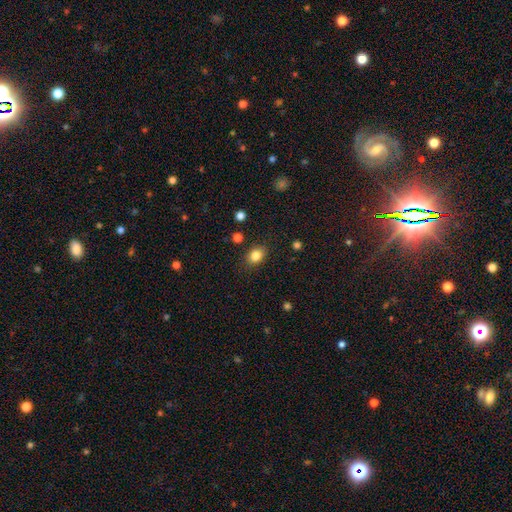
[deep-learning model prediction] smooth 84%, star or artifact 10%, featured or disk 6%. Down the decision tree: how rounded — in between (63%); merging — none (84%).